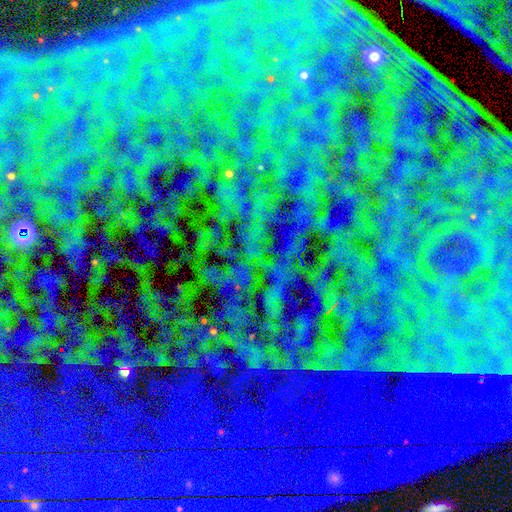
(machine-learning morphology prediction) This is clearly a star or artifact rather than a galaxy (85%).